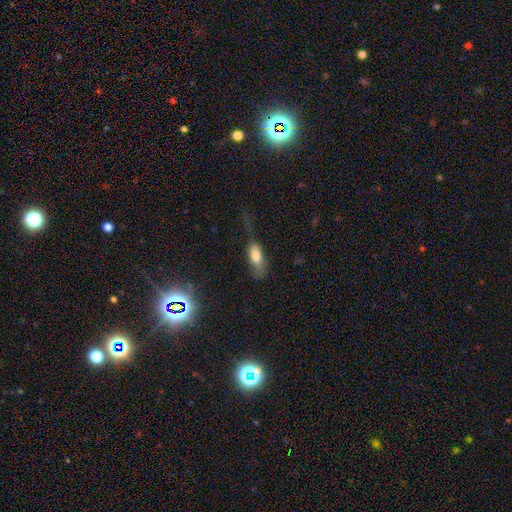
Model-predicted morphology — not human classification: A smooth galaxy with no disk features (75%) that is in between round and cigar-shaped (78%). Merging: none (33%, tied with major disturbance).